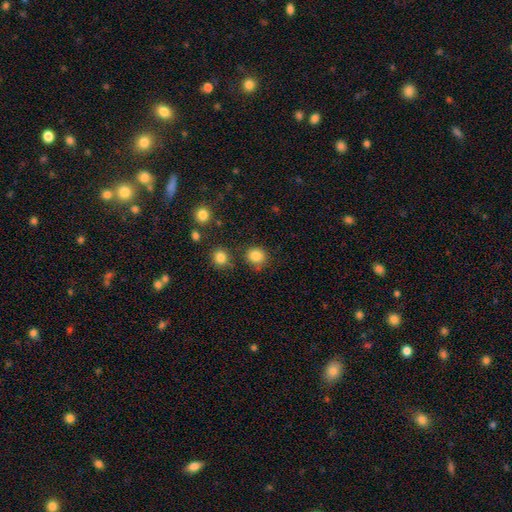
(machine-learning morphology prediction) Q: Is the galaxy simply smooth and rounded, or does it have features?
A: smooth — 85%.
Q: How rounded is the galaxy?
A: round — 86%.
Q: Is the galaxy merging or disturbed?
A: none — 77%.